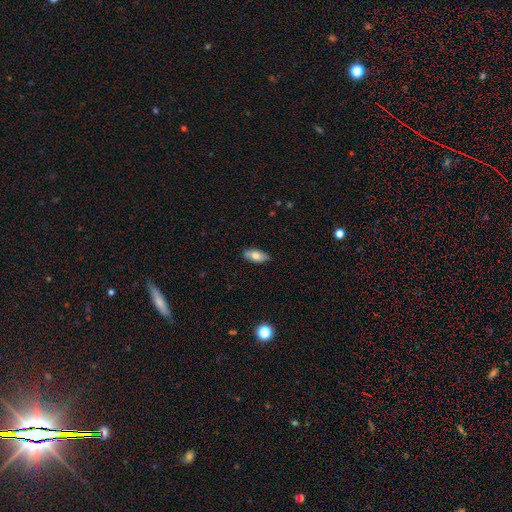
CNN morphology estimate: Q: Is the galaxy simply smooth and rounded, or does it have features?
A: smooth — 75%.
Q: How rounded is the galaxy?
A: in between — 86%.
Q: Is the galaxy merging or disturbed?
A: none — 84%.